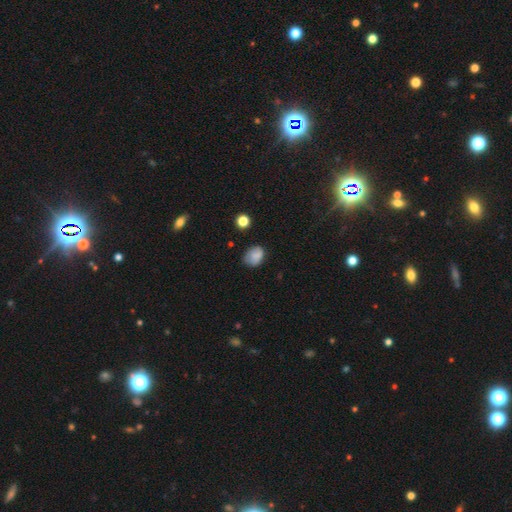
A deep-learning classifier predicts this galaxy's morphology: smooth_or_featured: smooth (p=0.81) [alt: star or artifact p=0.10]
how_rounded: in between (p=0.58) [alt: round p=0.41]
merging: none (p=0.64) [alt: minor disturbance p=0.27]